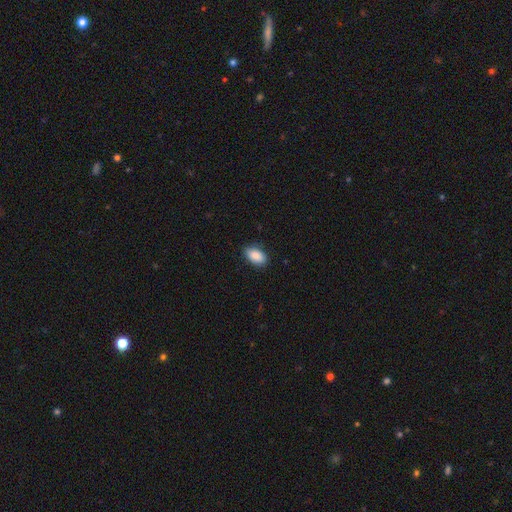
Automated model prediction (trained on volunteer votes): smooth-or-featured: smooth: 89% | star or artifact: 7% | featured or disk: 4%
  how-rounded: in between: 93% | round: 5% | cigar-shaped: 2%
  merging: none: 85% | minor disturbance: 12% | major disturbance: 2% | merger: 1%